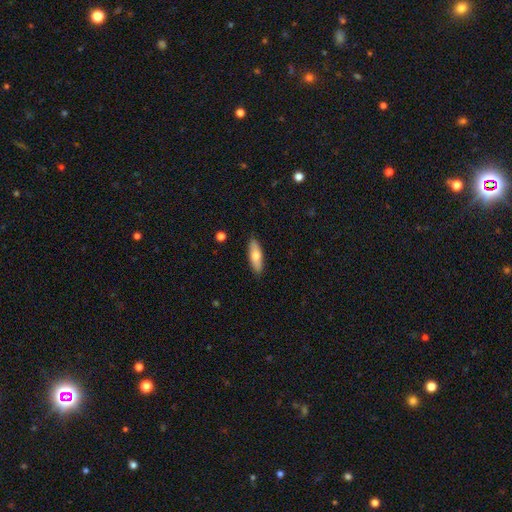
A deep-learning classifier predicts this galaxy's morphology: Q: Smooth or featured?
A: smooth (69%); runner-up: featured or disk (25%)
Q: How rounded?
A: in between (56%); runner-up: cigar-shaped (41%)
Q: Merging?
A: none (88%); runner-up: minor disturbance (9%)